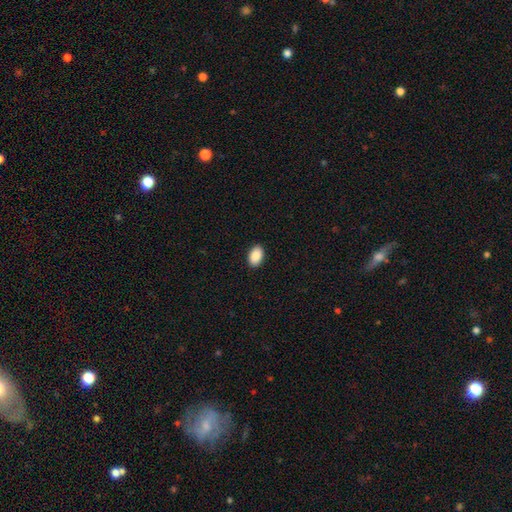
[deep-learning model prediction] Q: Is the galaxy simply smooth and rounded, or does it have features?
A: smooth — 90%.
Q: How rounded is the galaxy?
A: in between — 93%.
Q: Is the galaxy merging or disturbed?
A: none — 91%.